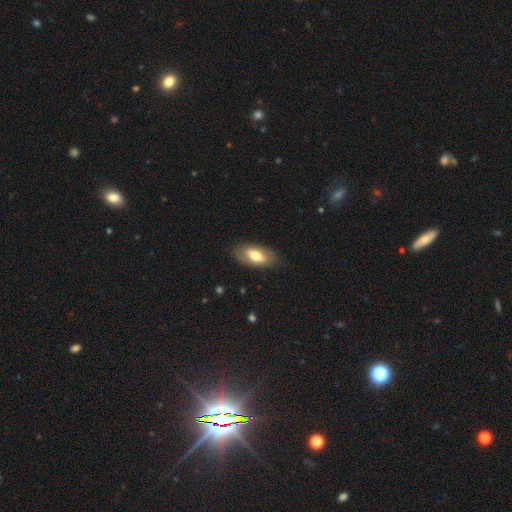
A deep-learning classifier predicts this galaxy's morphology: A smooth galaxy with no disk features (67%) that is in between round and cigar-shaped (91%).

Vote fractions:
- Smooth or featured? smooth: 67% / featured or disk: 27% / star or artifact: 6%
- How rounded? in between: 91% / cigar-shaped: 5% / round: 3%
- Merging? none: 84% / minor disturbance: 12% / major disturbance: 3% / merger: 1%